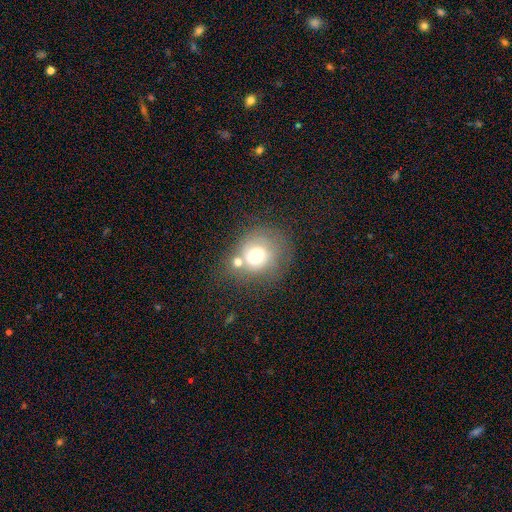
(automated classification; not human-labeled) Q: Smooth or featured?
A: smooth (55%); runner-up: featured or disk (33%)
Q: How rounded?
A: round (79%); runner-up: in between (20%)
Q: Merging?
A: none (45%); runner-up: merger (26%)